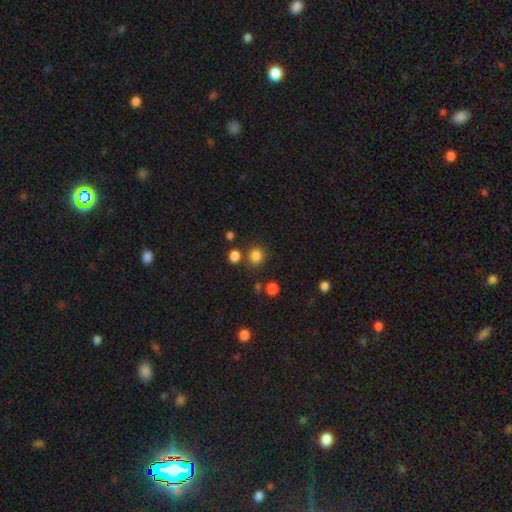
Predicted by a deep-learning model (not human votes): A smooth galaxy with no disk features (82%) that is round (88%).

Vote fractions:
- Smooth or featured? smooth: 82% / star or artifact: 14% / featured or disk: 4%
- How rounded? round: 88% / in between: 11% / cigar-shaped: 1%
- Merging? none: 80% / merger: 9% / minor disturbance: 8% / major disturbance: 3%